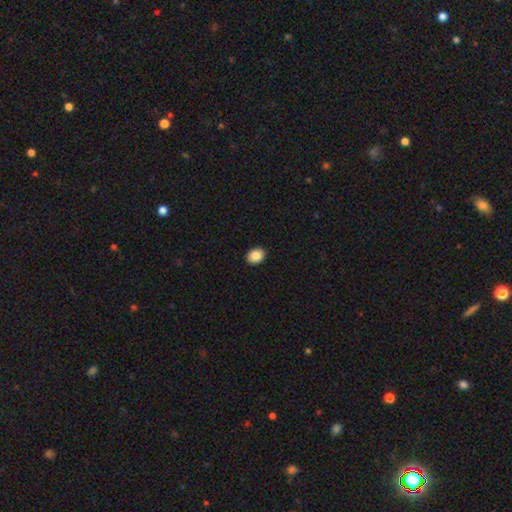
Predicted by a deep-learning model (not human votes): Smooth or featured? smooth (87%)
How rounded? in between (57%)
Merging? none (92%)